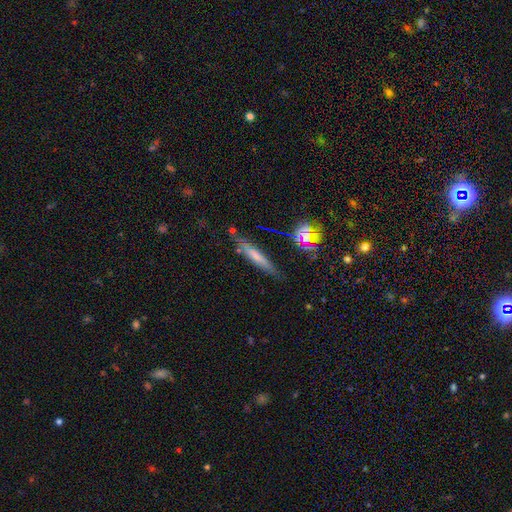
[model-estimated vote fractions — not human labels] A smooth galaxy with no disk features (51%) that is cigar-shaped (84%).

Vote fractions:
- Smooth or featured? smooth: 51% / featured or disk: 35% / star or artifact: 14%
- How rounded? cigar-shaped: 84% / in between: 13% / round: 3%
- Merging? none: 72% / minor disturbance: 19% / major disturbance: 5% / merger: 4%